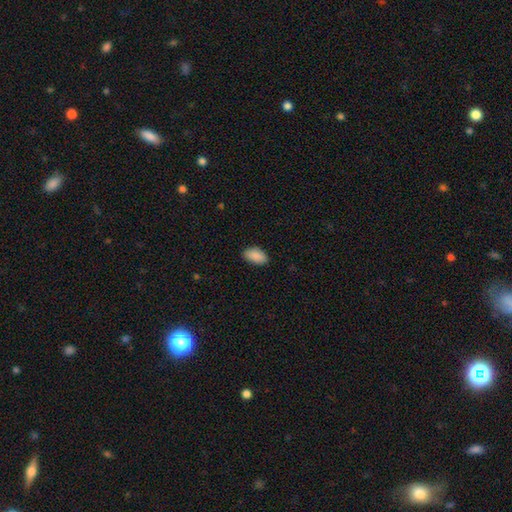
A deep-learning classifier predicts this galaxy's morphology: The model was most divided on "merging": none: 87%, minor disturbance: 9%, major disturbance: 2%, merger: 1%. More confident: how rounded — in between (94%); smooth or featured — smooth (90%).